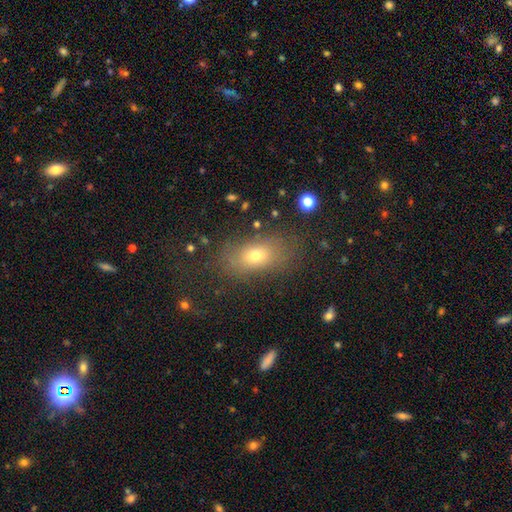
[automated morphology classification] smooth_or_featured: smooth (p=0.68) [alt: featured or disk p=0.18]
how_rounded: in between (p=0.79) [alt: round p=0.16]
merging: none (p=0.72) [alt: minor disturbance p=0.16]